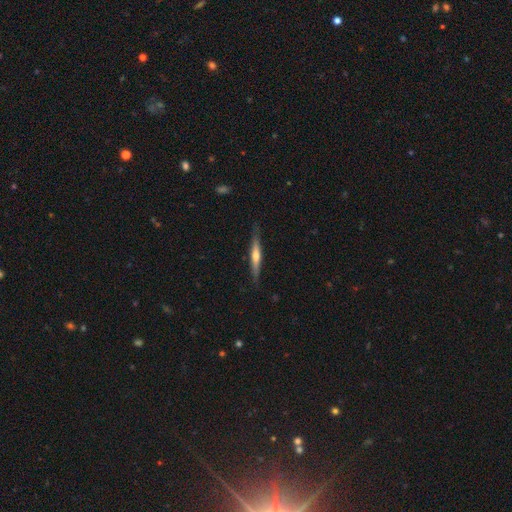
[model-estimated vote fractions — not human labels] Smooth or featured? featured or disk (55%)
Edge-on disk? yes (95%)
Edge-on bulge? rounded (75%)
Merging? none (83%)